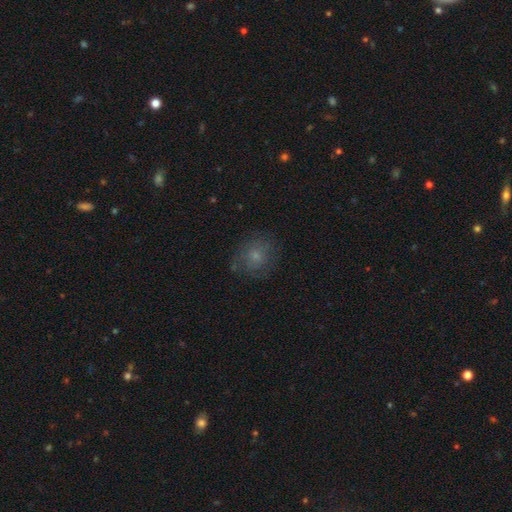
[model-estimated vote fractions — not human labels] This is likely a smooth galaxy (64%). How rounded: likely round (79%). Merging: likely none (74%).